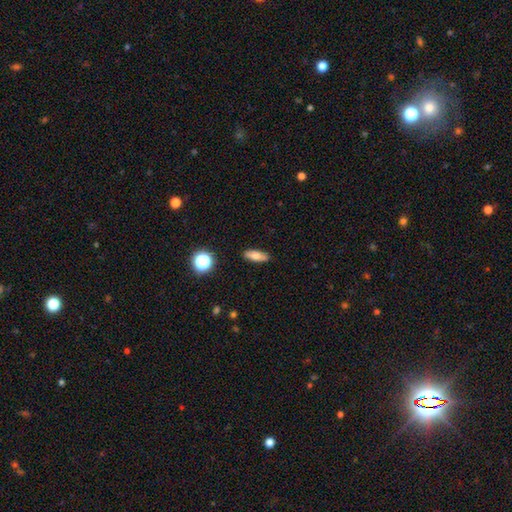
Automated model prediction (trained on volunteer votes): Morphology: type=smooth (72%); roundness=in between (60%); merging=none (88%).